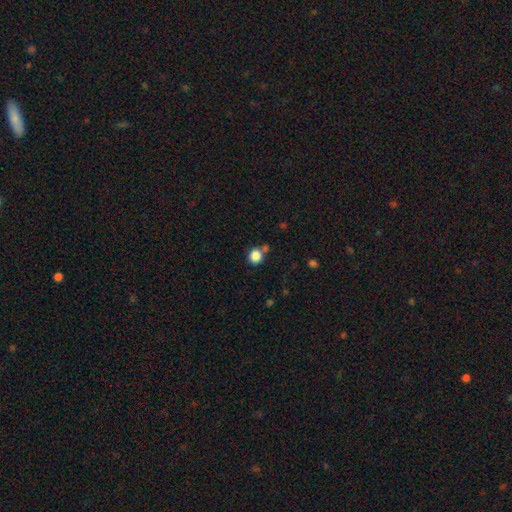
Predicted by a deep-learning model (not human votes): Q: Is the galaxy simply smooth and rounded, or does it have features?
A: smooth — 84%.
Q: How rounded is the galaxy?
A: round — 87%.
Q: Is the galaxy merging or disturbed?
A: none — 67%.